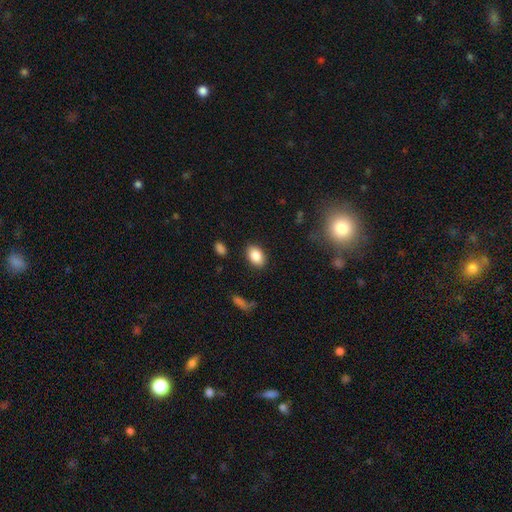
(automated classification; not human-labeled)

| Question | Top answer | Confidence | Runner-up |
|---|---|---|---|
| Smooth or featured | smooth | 85% | star or artifact (8%) |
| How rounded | in between | 86% | round (12%) |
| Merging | none | 87% | minor disturbance (9%) |